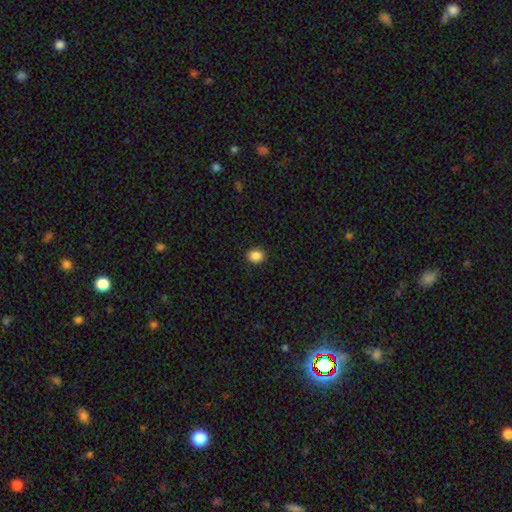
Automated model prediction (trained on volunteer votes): Q: Smooth or featured?
A: smooth (87%); runner-up: star or artifact (10%)
Q: How rounded?
A: round (52%); runner-up: in between (47%)
Q: Merging?
A: none (91%); runner-up: minor disturbance (6%)